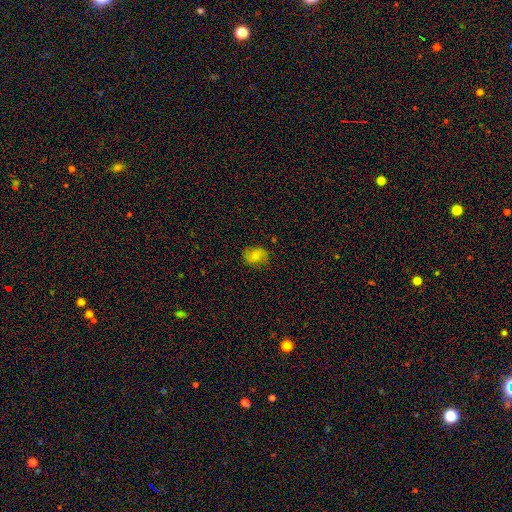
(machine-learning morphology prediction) smooth 70%, featured or disk 19%, star or artifact 10%. Down the decision tree: how rounded — in between (56%); merging — none (78%).